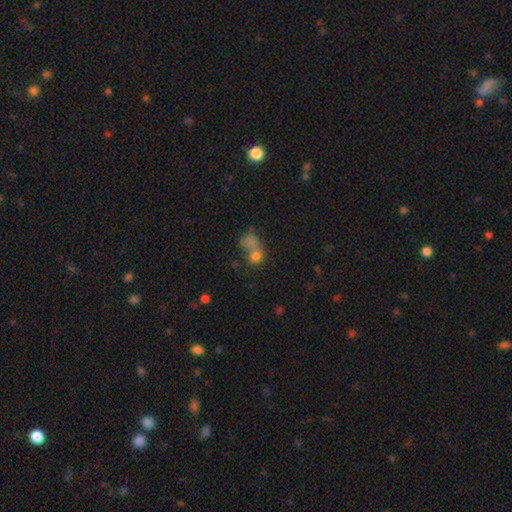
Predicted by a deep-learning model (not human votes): A smooth galaxy with no disk features (66%) that is in between round and cigar-shaped (59%).

Vote fractions:
- Smooth or featured? smooth: 66% / featured or disk: 19% / star or artifact: 15%
- How rounded? in between: 59% / round: 39% / cigar-shaped: 2%
- Merging? merger: 55% / none: 21% / major disturbance: 15% / minor disturbance: 9%